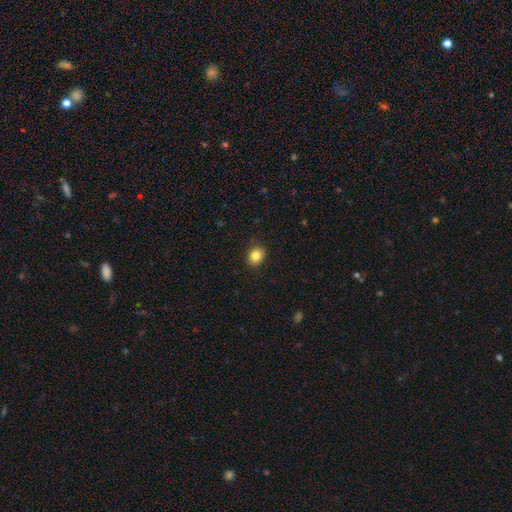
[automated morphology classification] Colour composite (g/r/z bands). It shows a smooth galaxy with no disk features (83%) that is round (64%). Merging: none (89%).